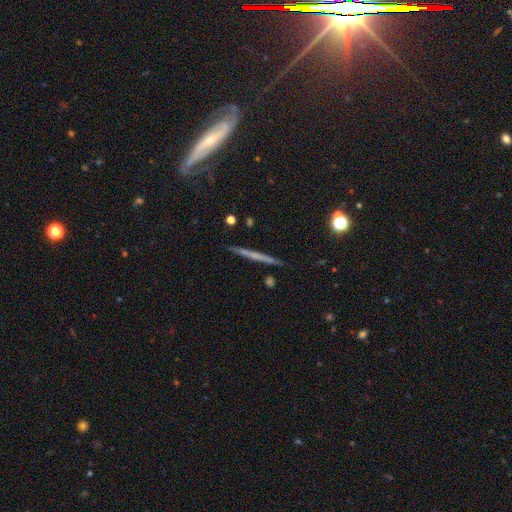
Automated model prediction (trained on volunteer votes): Smooth or featured? featured or disk (57%)
Edge-on disk? yes (97%)
Edge-on bulge? none (79%)
Merging? none (90%)